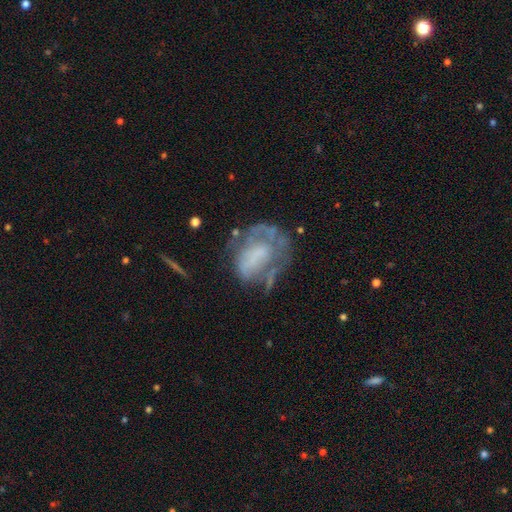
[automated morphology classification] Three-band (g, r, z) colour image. It shows a featured or disk galaxy (61%) with no bar (65%), no spiral arms (61%) and no central bulge (54%). Merging: none (36%).